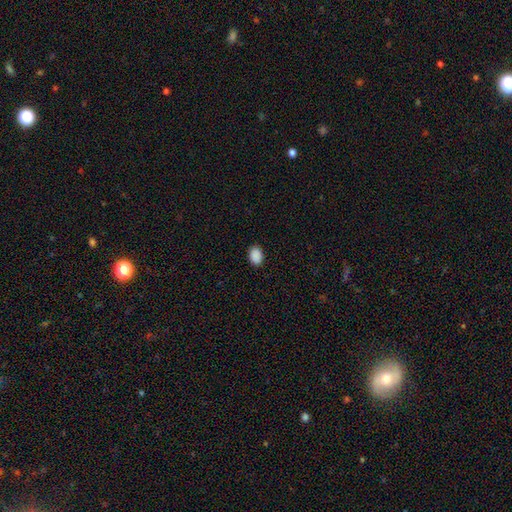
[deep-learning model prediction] This is clearly a smooth galaxy (90%). How rounded: likely in between (77%). Merging: clearly none (89%).